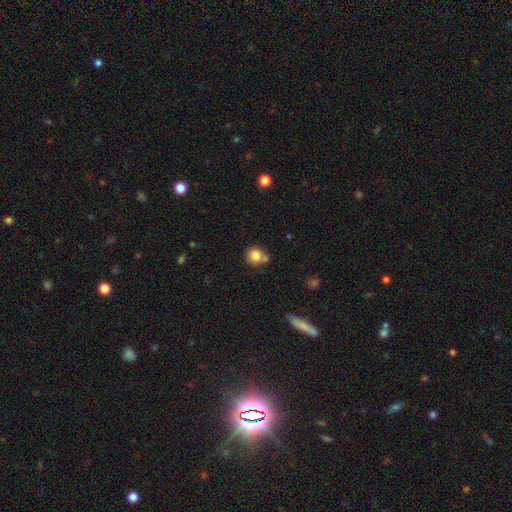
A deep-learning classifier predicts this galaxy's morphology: Smooth or featured? Predicted: smooth (p=0.81). How rounded? Predicted: round (p=0.86). Merging? Predicted: none (p=0.64).